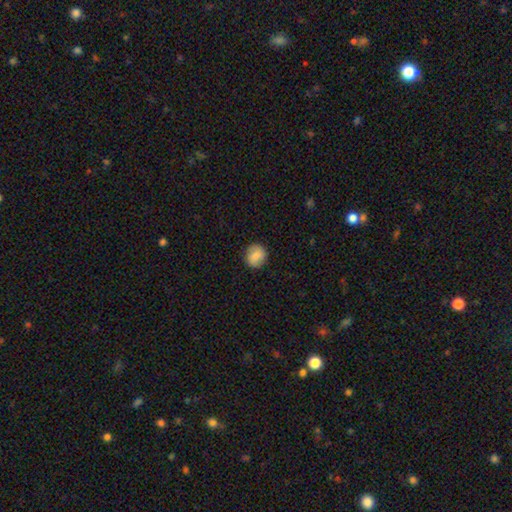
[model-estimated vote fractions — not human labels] Smooth or featured? smooth (82%)
How rounded? round (88%)
Merging? none (89%)